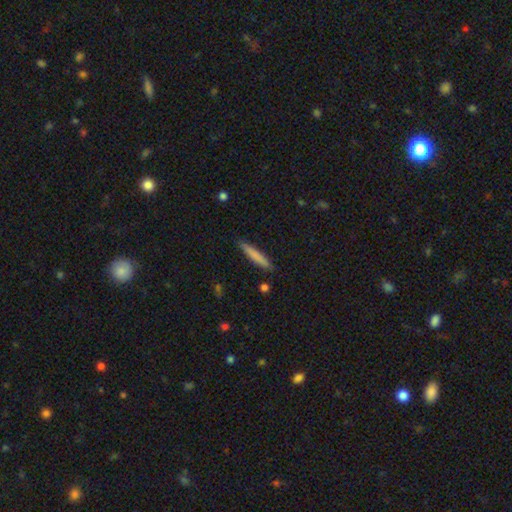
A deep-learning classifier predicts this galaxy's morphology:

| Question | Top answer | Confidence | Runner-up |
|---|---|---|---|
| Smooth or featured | smooth | 76% | featured or disk (18%) |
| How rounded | cigar-shaped | 94% | in between (5%) |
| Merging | none | 87% | minor disturbance (9%) |